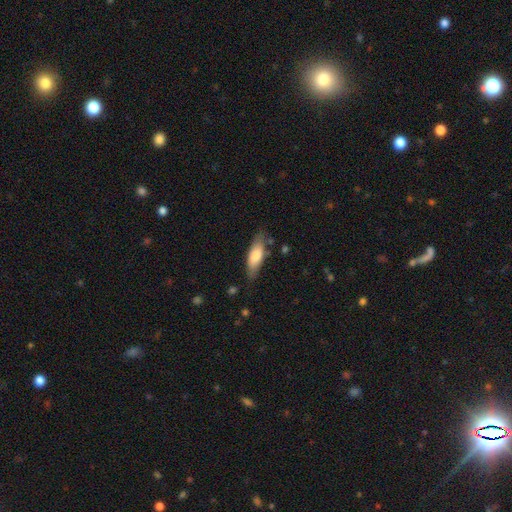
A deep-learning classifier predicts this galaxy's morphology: Q: Smooth or featured?
A: smooth (76%); runner-up: featured or disk (19%)
Q: How rounded?
A: in between (62%); runner-up: cigar-shaped (37%)
Q: Merging?
A: none (74%); runner-up: minor disturbance (19%)